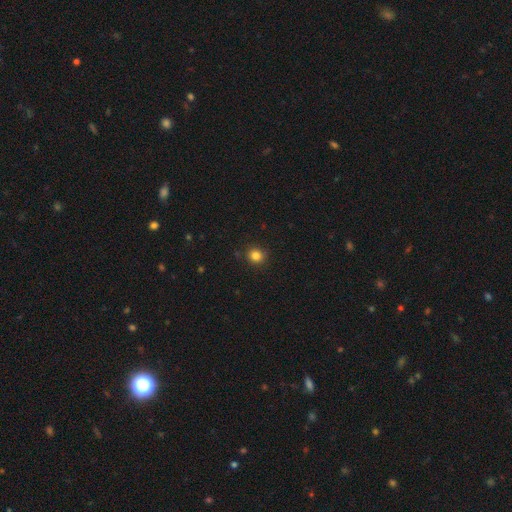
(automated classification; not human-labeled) The model was most divided on "smooth or featured": smooth: 84%, star or artifact: 12%, featured or disk: 4%. More confident: merging — none (90%); how rounded — round (89%).